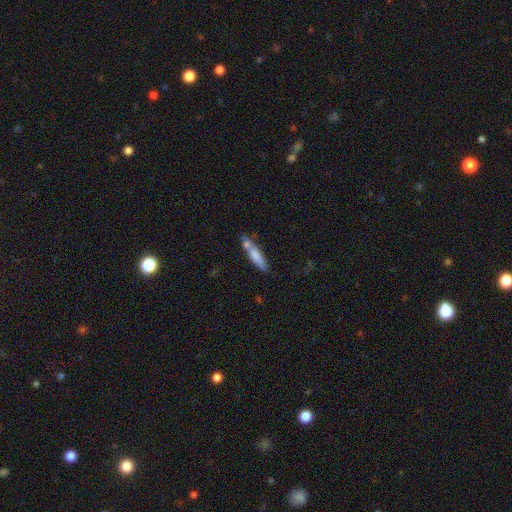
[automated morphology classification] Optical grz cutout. It shows a smooth galaxy with no disk features (72%) that is cigar-shaped (78%). Merging: none (52%).